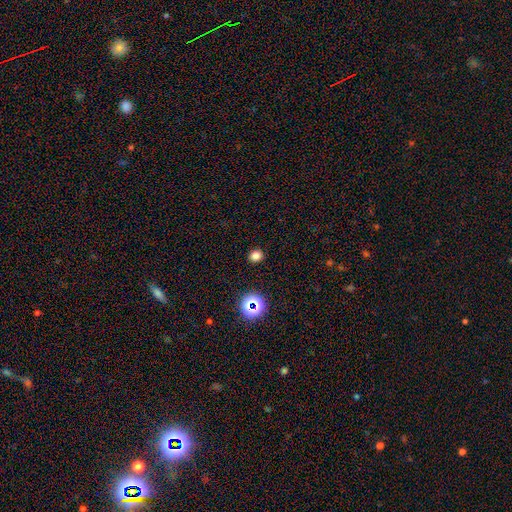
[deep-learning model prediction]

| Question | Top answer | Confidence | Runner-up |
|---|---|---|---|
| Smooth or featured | smooth | 78% | star or artifact (18%) |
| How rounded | round | 78% | in between (21%) |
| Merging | none | 90% | minor disturbance (6%) |